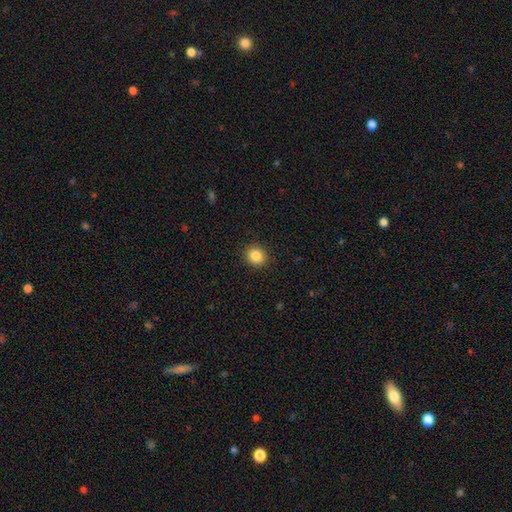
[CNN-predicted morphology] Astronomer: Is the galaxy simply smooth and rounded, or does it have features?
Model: smooth — 86%.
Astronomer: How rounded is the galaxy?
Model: round — 81%.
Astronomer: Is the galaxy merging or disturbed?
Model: none — 91%.